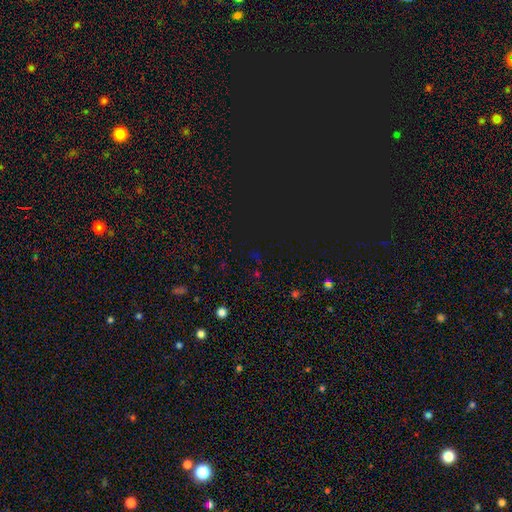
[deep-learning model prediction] smooth_or_featured: star or artifact (p=0.70) [alt: smooth p=0.23]